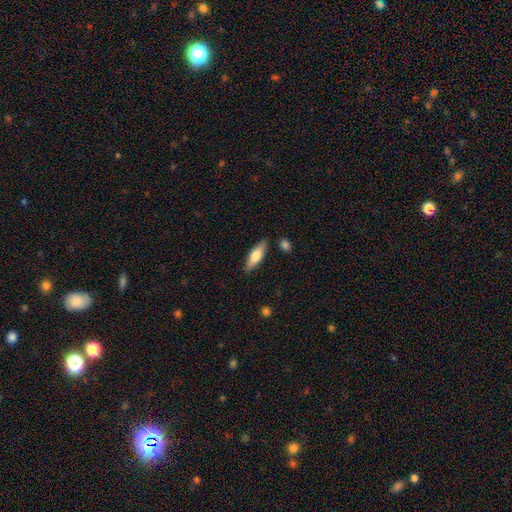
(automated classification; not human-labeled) smooth 62%, featured or disk 32%, star or artifact 6%. Down the decision tree: how rounded — in between (51%); merging — none (84%).